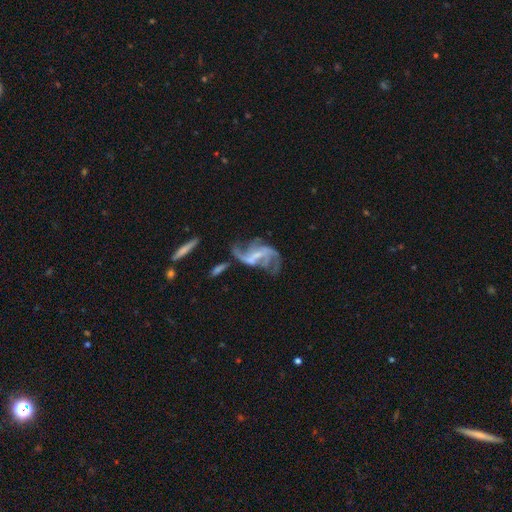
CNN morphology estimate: This appears to be a featured or disk galaxy (84%) with a weak bar (44%), 2 (49%) loose (69%) spiral arms (89%) and a small central bulge (47%). Merging: none (43%).